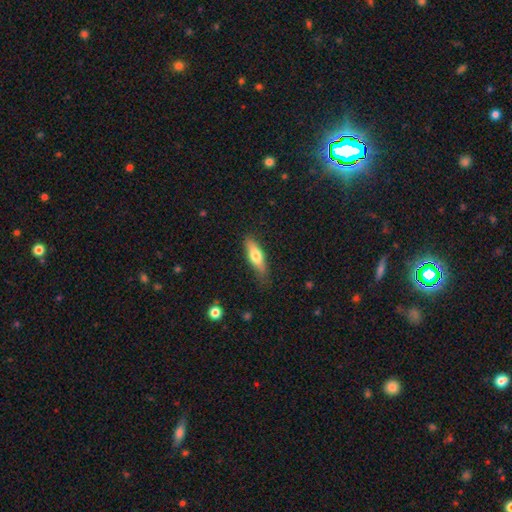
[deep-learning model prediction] Overall: smooth (66%; featured or disk 28%). How rounded: cigar-shaped (53%; in between 45%). Merging: none (77%).